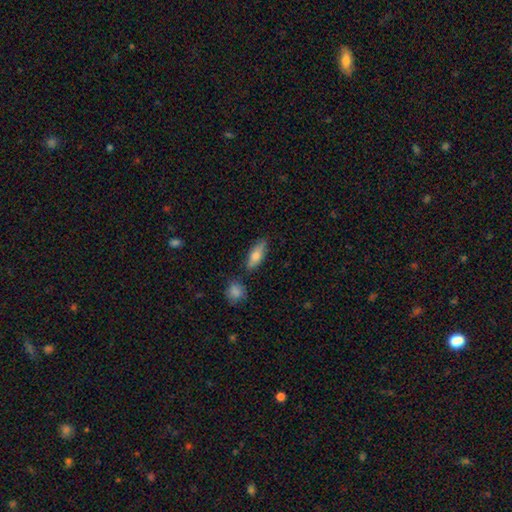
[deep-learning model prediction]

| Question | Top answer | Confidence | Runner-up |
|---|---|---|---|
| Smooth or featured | smooth | 73% | featured or disk (20%) |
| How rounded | in between | 61% | cigar-shaped (36%) |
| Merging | none | 79% | minor disturbance (13%) |